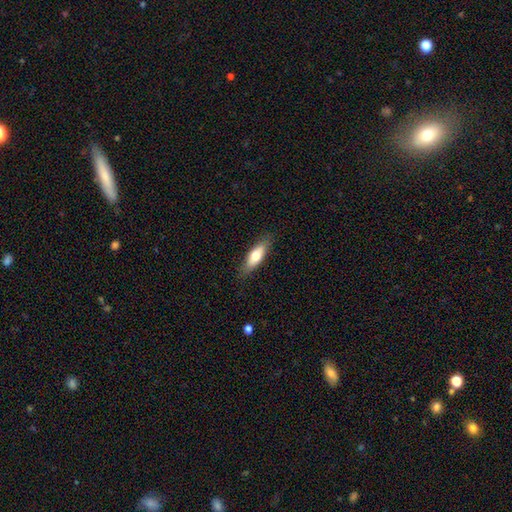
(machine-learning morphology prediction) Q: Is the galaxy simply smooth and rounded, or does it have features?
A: smooth — 69%.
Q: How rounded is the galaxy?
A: in between — 58%.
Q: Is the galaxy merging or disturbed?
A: none — 85%.